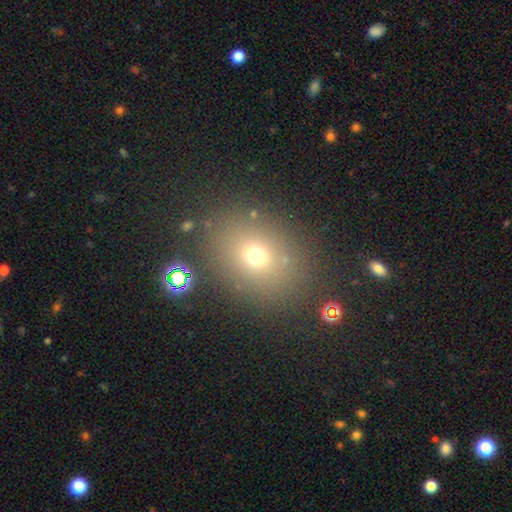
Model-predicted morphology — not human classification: smooth_or_featured: smooth (p=0.68) [alt: star or artifact p=0.20]
how_rounded: round (p=0.50) [alt: in between p=0.49]
merging: none (p=0.82) [alt: minor disturbance p=0.10]